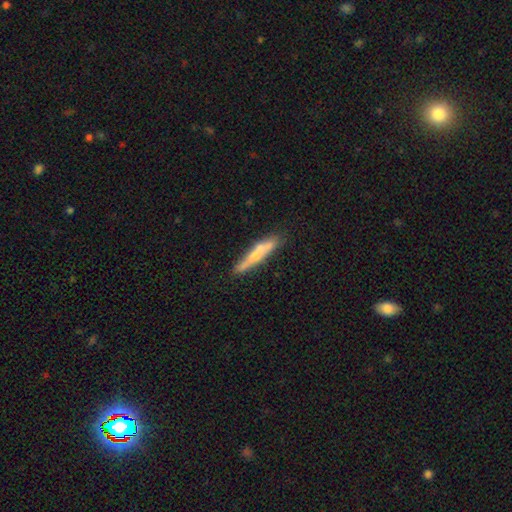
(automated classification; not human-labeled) A smooth galaxy with no disk features (50%). Merging: none (72%).